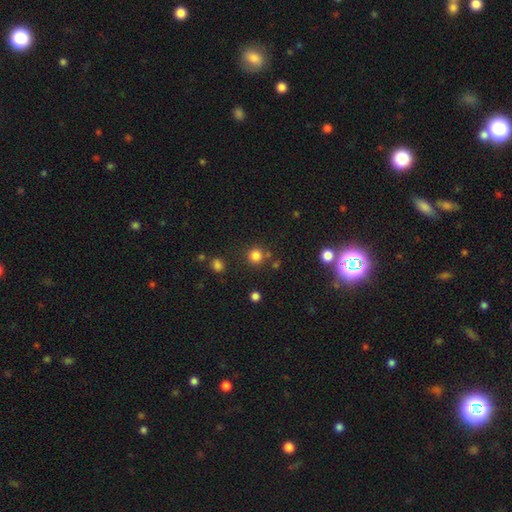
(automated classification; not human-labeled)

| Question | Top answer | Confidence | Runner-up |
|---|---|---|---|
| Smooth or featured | smooth | 81% | star or artifact (14%) |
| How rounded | round | 92% | in between (7%) |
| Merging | none | 79% | minor disturbance (9%) |